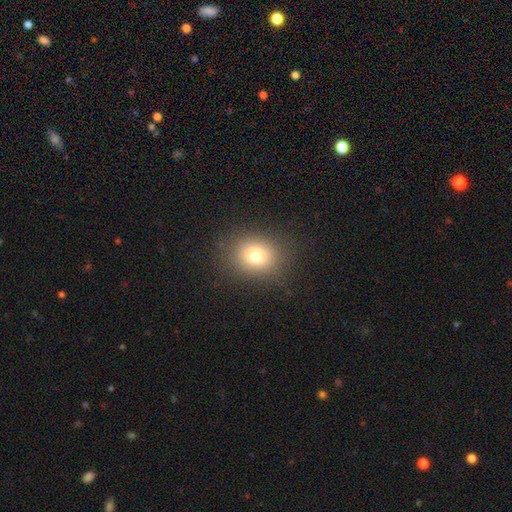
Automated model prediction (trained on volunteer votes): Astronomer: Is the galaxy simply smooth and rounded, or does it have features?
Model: smooth — 76%.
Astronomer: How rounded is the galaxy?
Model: round — 61% (runner-up: in between, 38%).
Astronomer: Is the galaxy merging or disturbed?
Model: none — 86%.